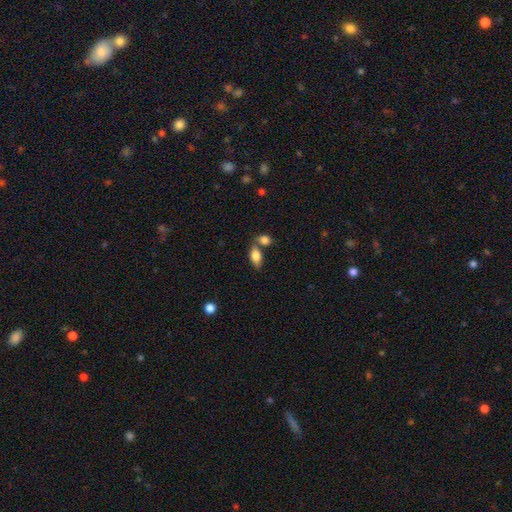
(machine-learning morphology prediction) This appears to be a smooth galaxy with no disk features (81%) that is in between round and cigar-shaped (88%). Merging: none (54%).